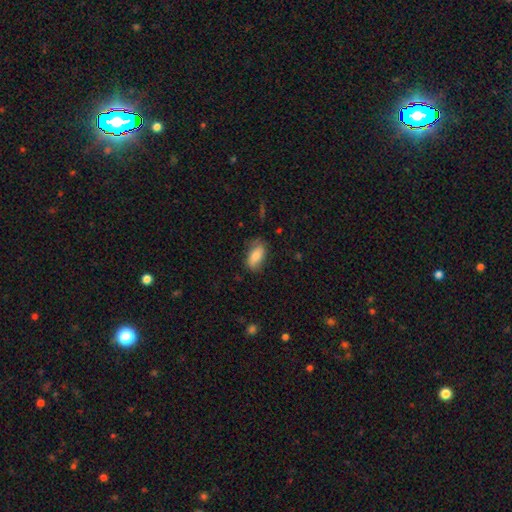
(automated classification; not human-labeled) smooth-or-featured: smooth: 80% | featured or disk: 13% | star or artifact: 7%
  how-rounded: in between: 89% | cigar-shaped: 7% | round: 4%
  merging: none: 71% | minor disturbance: 22% | major disturbance: 6% | merger: 2%